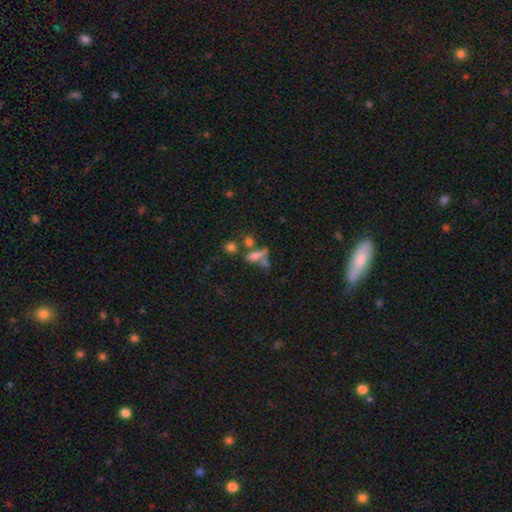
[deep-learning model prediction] A smooth galaxy with no disk features (62%) that is cigar-shaped (50%). Merging: none (43%).